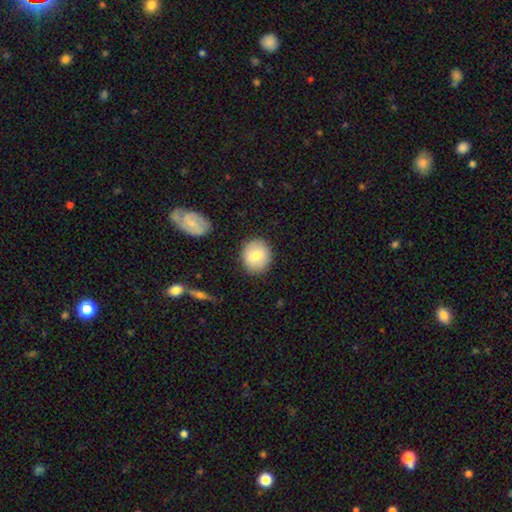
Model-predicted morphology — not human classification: type=smooth (75%); roundness=round (76%); merging=none (87%).